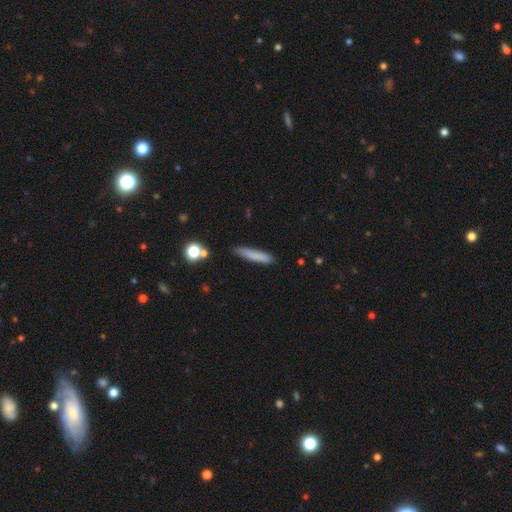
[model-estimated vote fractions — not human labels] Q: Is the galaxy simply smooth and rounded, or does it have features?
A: smooth — 79%.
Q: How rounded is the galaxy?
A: cigar-shaped — 90%.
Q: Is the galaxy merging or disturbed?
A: none — 83%.